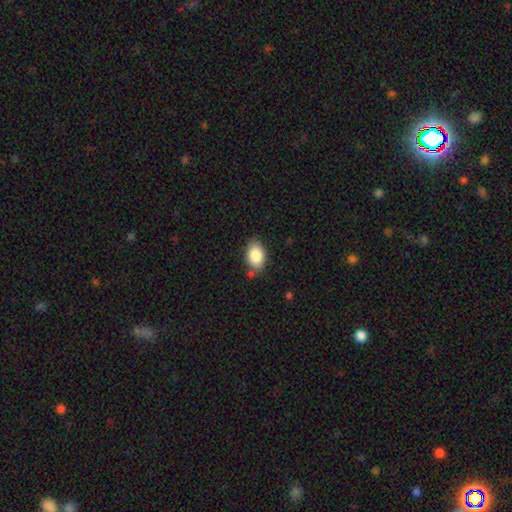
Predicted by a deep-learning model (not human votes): smooth 86%, star or artifact 7%, featured or disk 7%. Down the decision tree: how rounded — in between (88%); merging — none (75%).